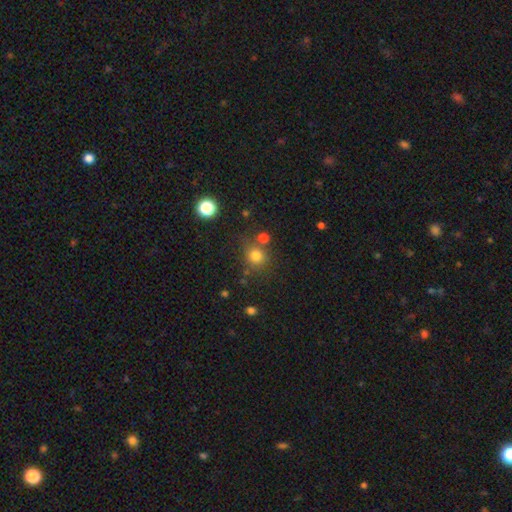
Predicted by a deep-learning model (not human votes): Smooth or featured?
  - smooth: 78% *
  - star or artifact: 15%
  - featured or disk: 7%
How rounded?
  - round: 86% *
  - in between: 13%
  - cigar-shaped: 1%
Merging?
  - none: 71% *
  - merger: 13%
  - minor disturbance: 12%
  - major disturbance: 5%